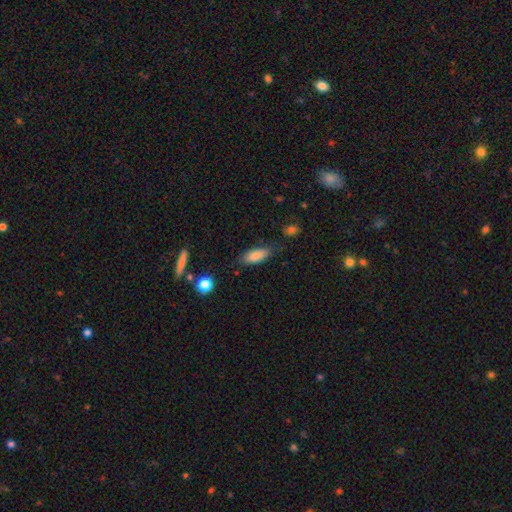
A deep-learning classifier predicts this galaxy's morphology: Q: Smooth or featured?
A: smooth (83%); runner-up: featured or disk (10%)
Q: How rounded?
A: in between (77%); runner-up: cigar-shaped (21%)
Q: Merging?
A: none (77%); runner-up: minor disturbance (17%)